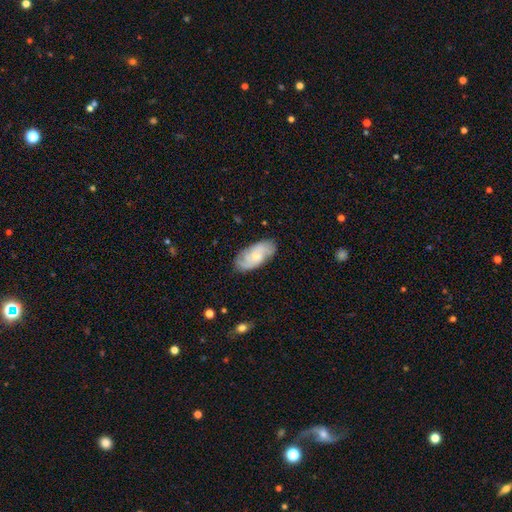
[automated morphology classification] smooth_or_featured: featured or disk (p=0.59) [alt: smooth p=0.35]
disk_edge_on: no (p=0.93) [alt: yes p=0.07]
bar: no (p=0.70) [alt: weak p=0.26]
has_spiral_arms: yes (p=0.89) [alt: no p=0.11]
bulge_size: small (p=0.65) [alt: moderate p=0.29]
merging: none (p=0.78) [alt: minor disturbance p=0.16]